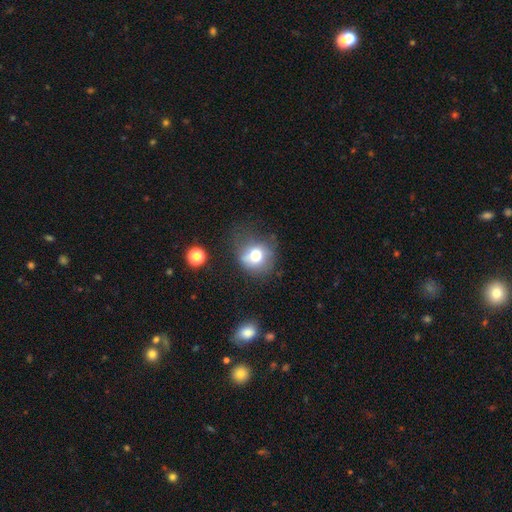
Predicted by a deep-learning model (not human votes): This is likely a smooth galaxy (71%). How rounded: likely round (79%). Merging: possibly none (56%).